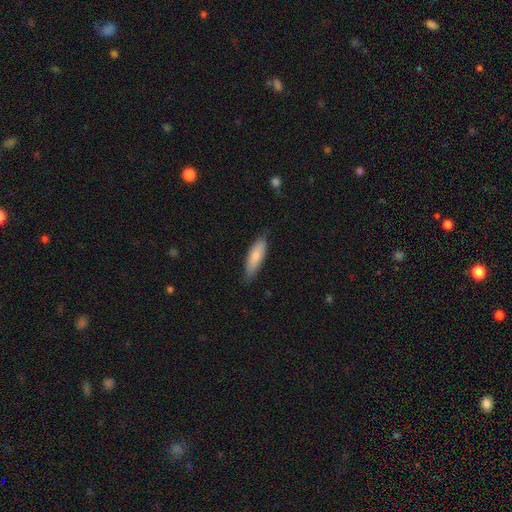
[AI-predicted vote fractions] The model was most divided on "how rounded": in between: 54%, cigar-shaped: 45%, round: 2%. More confident: smooth or featured — smooth (80%); merging — none (76%).